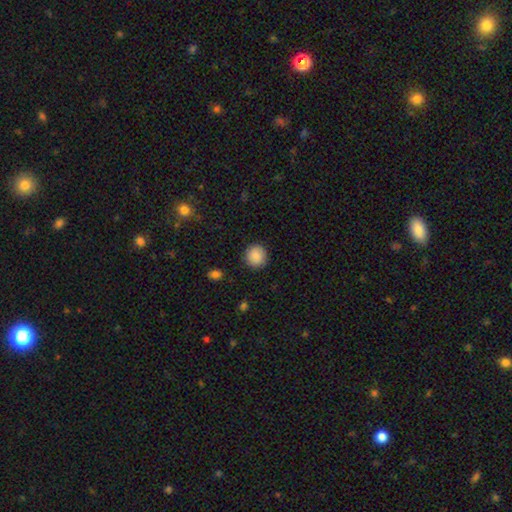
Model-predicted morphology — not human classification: smooth-or-featured: smooth: 87% | star or artifact: 8% | featured or disk: 5%
  how-rounded: round: 93% | in between: 6% | cigar-shaped: 1%
  merging: none: 90% | minor disturbance: 7% | major disturbance: 2% | merger: 1%